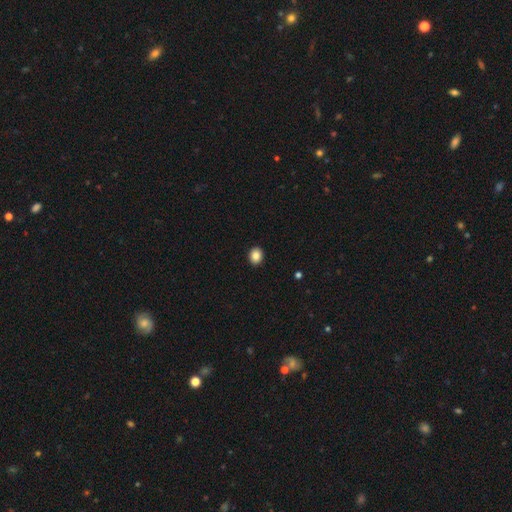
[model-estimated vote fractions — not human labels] smooth 86%, star or artifact 9%, featured or disk 5%. Down the decision tree: how rounded — round (55%); merging — none (92%).